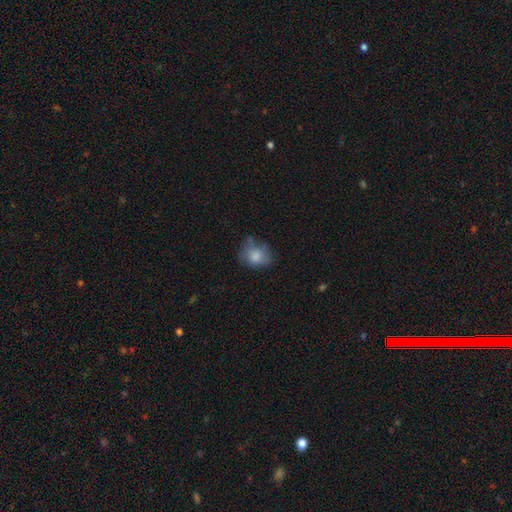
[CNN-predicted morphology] Overall: smooth (77%). How rounded: round (55%; in between 44%). Merging: none (51%; minor disturbance 32%).